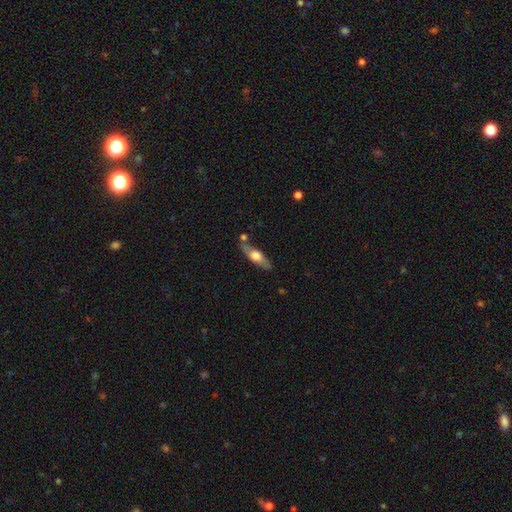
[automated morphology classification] Q: Smooth or featured?
A: featured or disk (49%); runner-up: smooth (46%)
Q: Merging?
A: none (68%); runner-up: minor disturbance (17%)